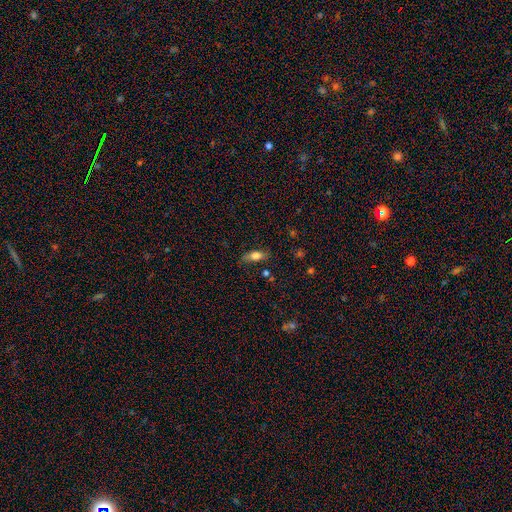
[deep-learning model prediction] smooth-or-featured: smooth: 74% | featured or disk: 17% | star or artifact: 8%
  how-rounded: in between: 76% | cigar-shaped: 20% | round: 4%
  merging: none: 74% | minor disturbance: 19% | major disturbance: 5% | merger: 2%